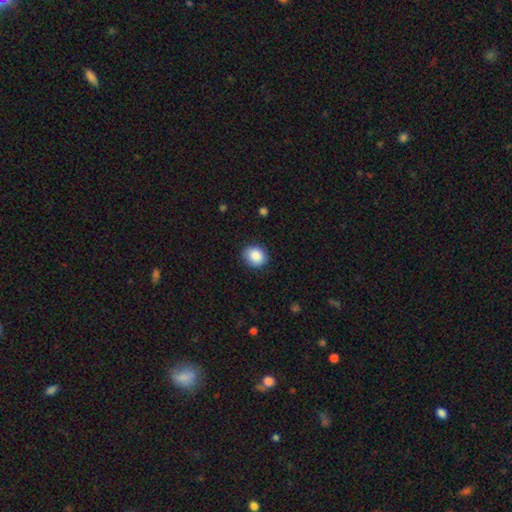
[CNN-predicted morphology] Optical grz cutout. It shows a smooth galaxy with no disk features (88%) that is round (58%). Merging: none (86%).